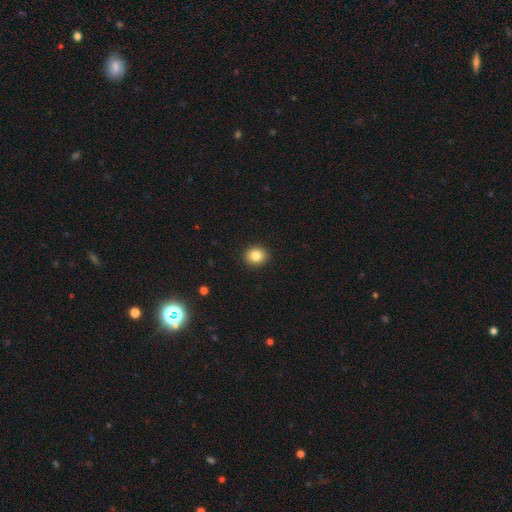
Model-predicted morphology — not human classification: Smooth or featured? Predicted: smooth (p=0.84). How rounded? Predicted: round (p=0.74). Merging? Predicted: none (p=0.92).